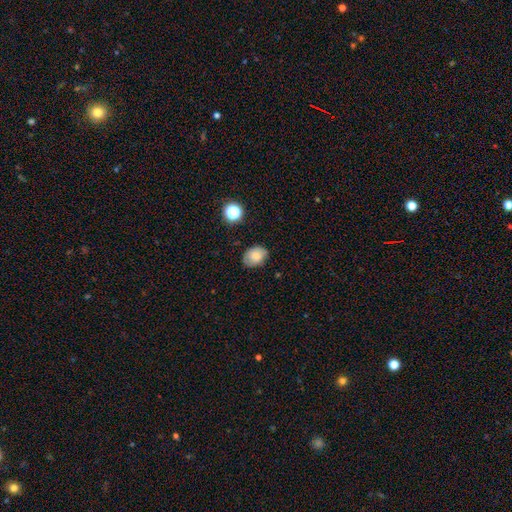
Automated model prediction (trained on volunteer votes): A smooth galaxy with no disk features (77%) that is in between round and cigar-shaped (72%). Merging: none (76%).